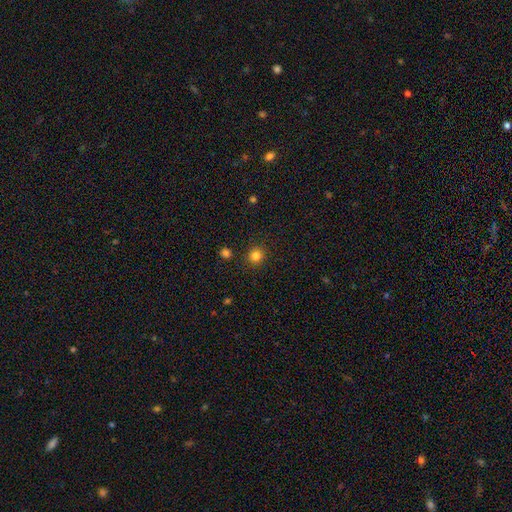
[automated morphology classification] Q: Smooth or featured?
A: smooth (83%); runner-up: star or artifact (13%)
Q: How rounded?
A: round (88%); runner-up: in between (11%)
Q: Merging?
A: none (90%); runner-up: minor disturbance (6%)